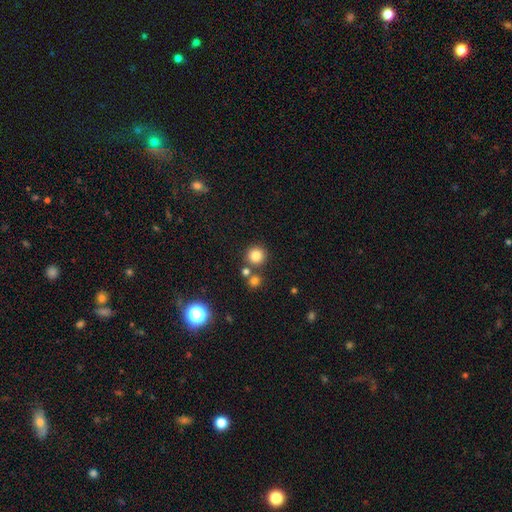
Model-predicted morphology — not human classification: The model was most divided on "merging": none: 75%, merger: 14%, minor disturbance: 8%, major disturbance: 3%. More confident: how rounded — round (92%); smooth or featured — smooth (81%).